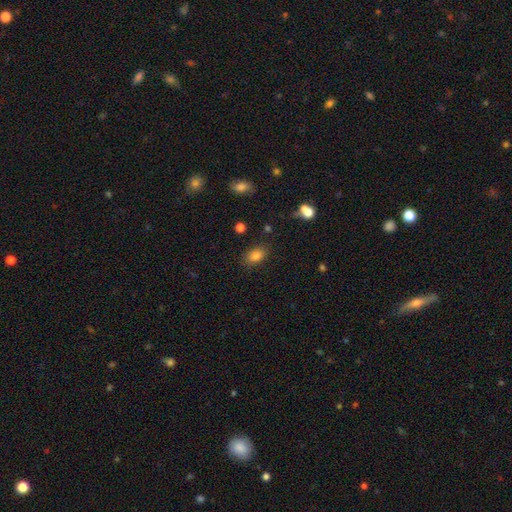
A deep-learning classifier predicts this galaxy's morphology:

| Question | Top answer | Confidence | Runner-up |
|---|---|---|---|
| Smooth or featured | smooth | 83% | star or artifact (11%) |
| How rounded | in between | 84% | round (14%) |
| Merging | none | 83% | minor disturbance (12%) |